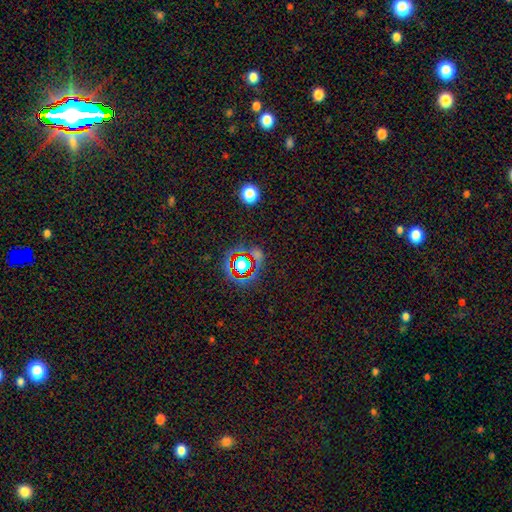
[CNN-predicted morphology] Smooth or featured? Predicted: star or artifact (p=0.72).